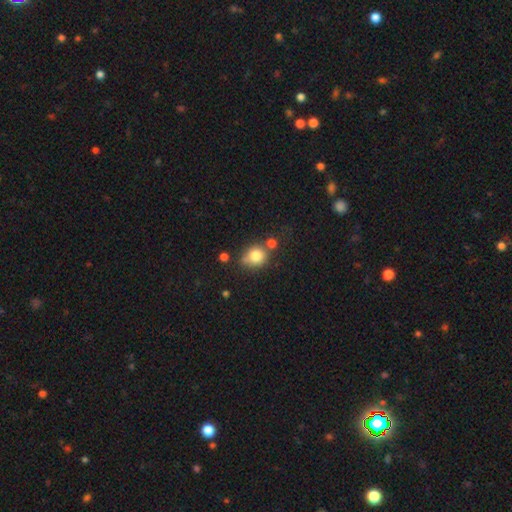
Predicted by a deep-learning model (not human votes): Smooth or featured?
  - smooth: 79% *
  - star or artifact: 11%
  - featured or disk: 10%
How rounded?
  - round: 69% *
  - in between: 30%
  - cigar-shaped: 1%
Merging?
  - none: 52% *
  - merger: 22%
  - minor disturbance: 20%
  - major disturbance: 7%